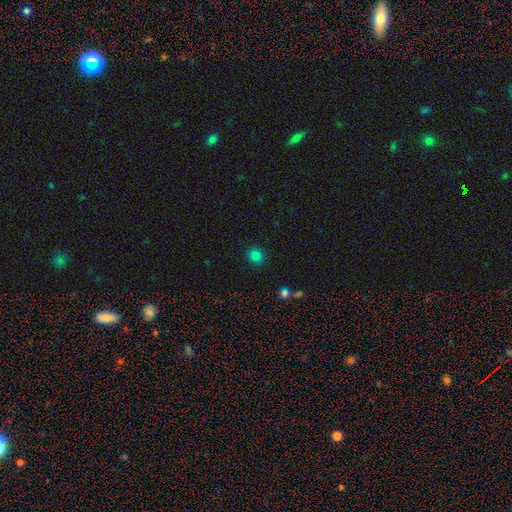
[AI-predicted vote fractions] smooth-or-featured: smooth: 80% | star or artifact: 16% | featured or disk: 4%
  how-rounded: round: 80% | in between: 19% | cigar-shaped: 1%
  merging: none: 90% | minor disturbance: 7% | major disturbance: 2% | merger: 1%